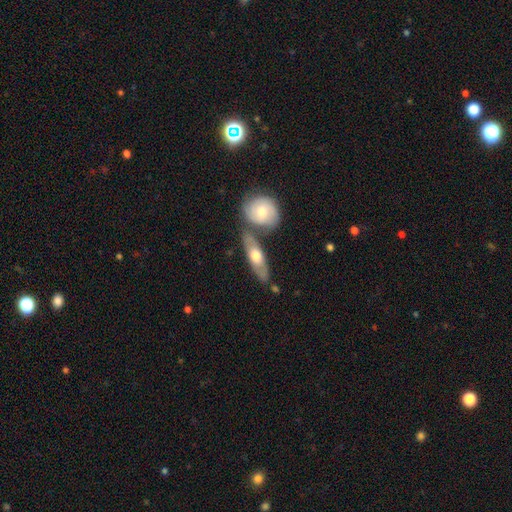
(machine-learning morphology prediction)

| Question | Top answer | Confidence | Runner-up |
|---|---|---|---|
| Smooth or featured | smooth | 52% | featured or disk (43%) |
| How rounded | in between | 53% | cigar-shaped (42%) |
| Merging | none | 61% | merger (22%) |